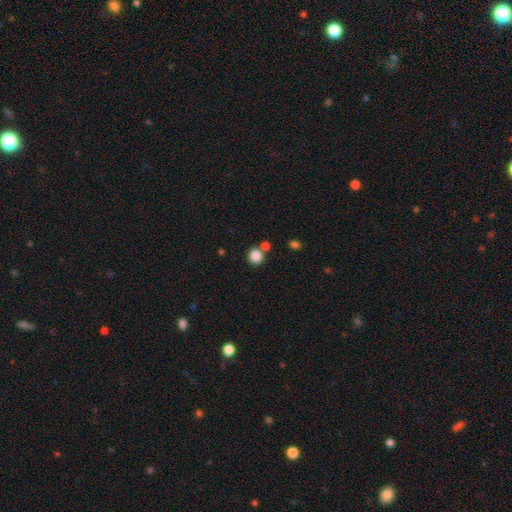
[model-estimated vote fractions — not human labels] This is clearly a smooth galaxy (86%). How rounded: clearly round (91%). Merging: likely none (71%).